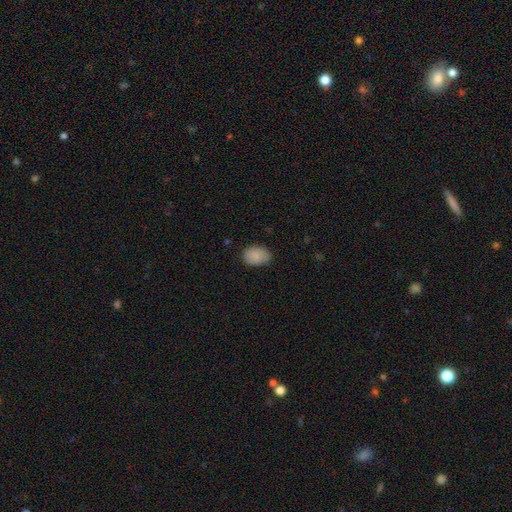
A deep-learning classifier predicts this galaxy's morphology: The model was most divided on "merging": none: 70%, minor disturbance: 25%, major disturbance: 4%, merger: 1%. More confident: smooth or featured — smooth (83%); how rounded — in between (80%).